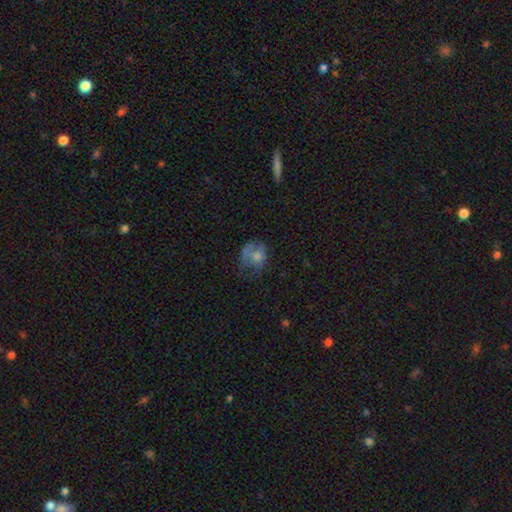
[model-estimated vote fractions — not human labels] Overall: smooth (59%; featured or disk 29%). How rounded: round (53%; in between 46%). Merging: major disturbance (36%; none 34%).